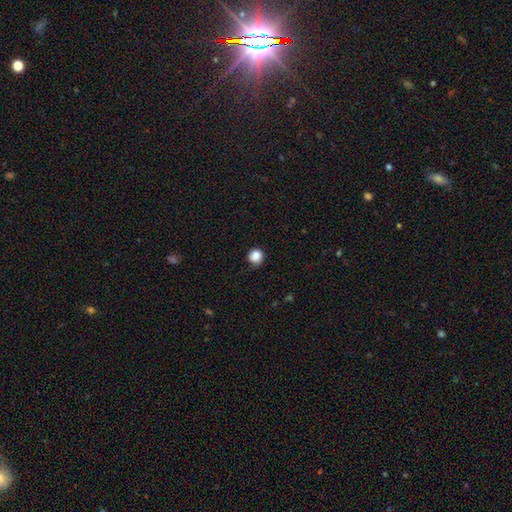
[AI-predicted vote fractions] Overall: smooth (85%). How rounded: round (89%). Merging: none (74%).